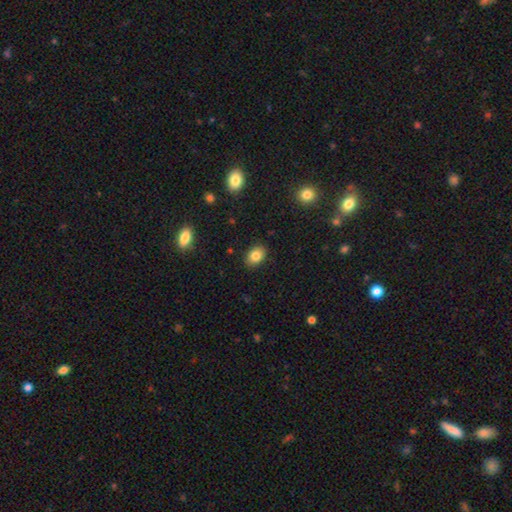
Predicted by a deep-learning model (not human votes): A smooth galaxy with no disk features (83%) that is in between round and cigar-shaped (78%).

Vote fractions:
- Smooth or featured? smooth: 83% / star or artifact: 9% / featured or disk: 8%
- How rounded? in between: 78% / round: 21% / cigar-shaped: 1%
- Merging? none: 87% / minor disturbance: 9% / major disturbance: 2% / merger: 1%